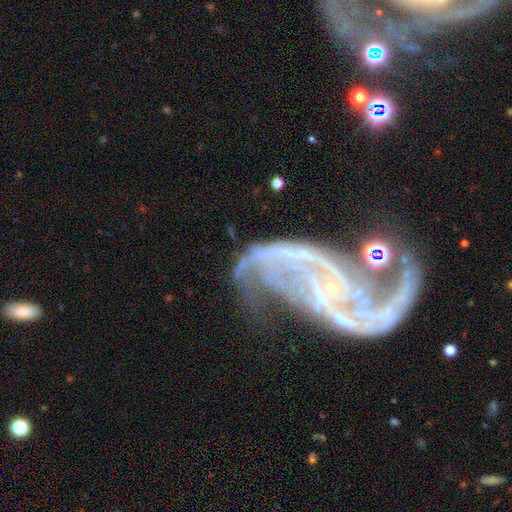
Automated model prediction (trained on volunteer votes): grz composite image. It shows a featured or disk galaxy (85%) with no bar (56%), 2 (55%) loose (44%) spiral arms (93%) and a small central bulge (73%). Merging: none (37%).